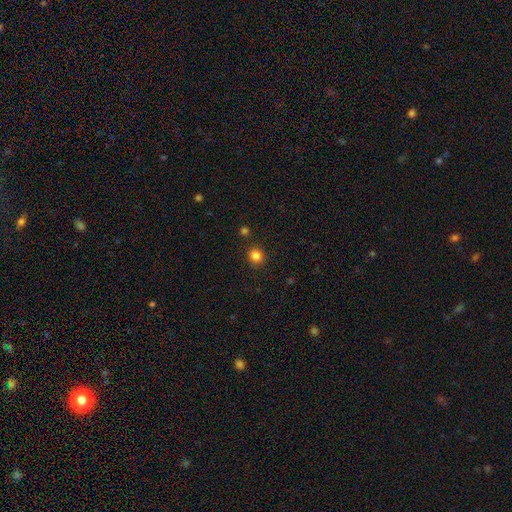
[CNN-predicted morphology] A smooth galaxy with no disk features (84%) that is round (86%).

Vote fractions:
- Smooth or featured? smooth: 84% / star or artifact: 13% / featured or disk: 4%
- How rounded? round: 86% / in between: 13% / cigar-shaped: 1%
- Merging? none: 88% / minor disturbance: 7% / merger: 3% / major disturbance: 2%